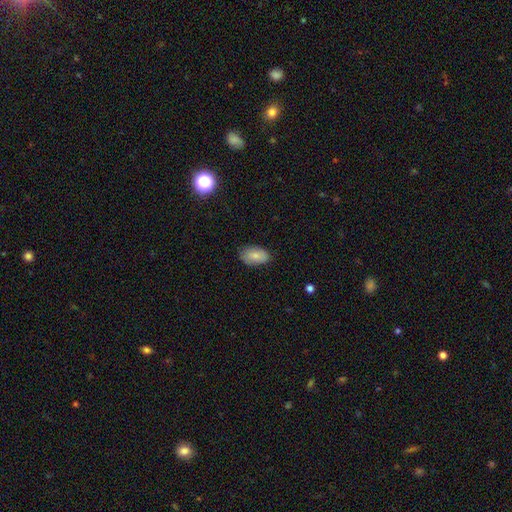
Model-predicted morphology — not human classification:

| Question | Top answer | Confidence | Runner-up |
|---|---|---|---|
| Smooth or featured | smooth | 79% | featured or disk (14%) |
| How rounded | in between | 92% | round (7%) |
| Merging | none | 79% | minor disturbance (17%) |